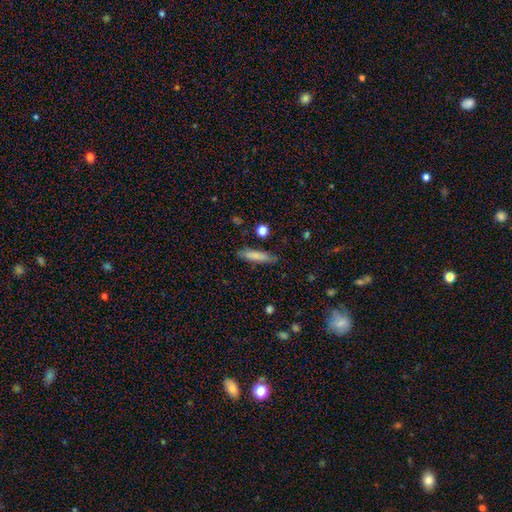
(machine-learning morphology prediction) Overall: smooth (80%). How rounded: cigar-shaped (83%). Merging: none (85%).